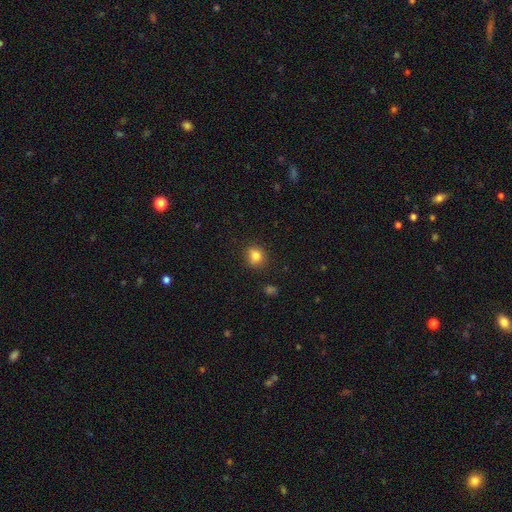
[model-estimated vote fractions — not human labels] A smooth galaxy with no disk features (82%) that is round (74%). Merging: none (83%).